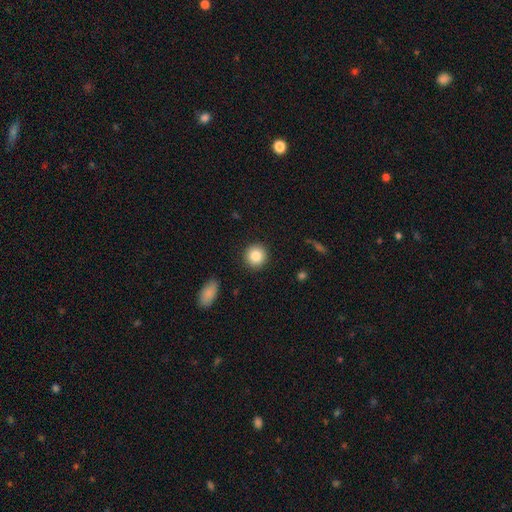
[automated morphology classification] Overall: smooth (86%). How rounded: round (91%). Merging: none (91%).